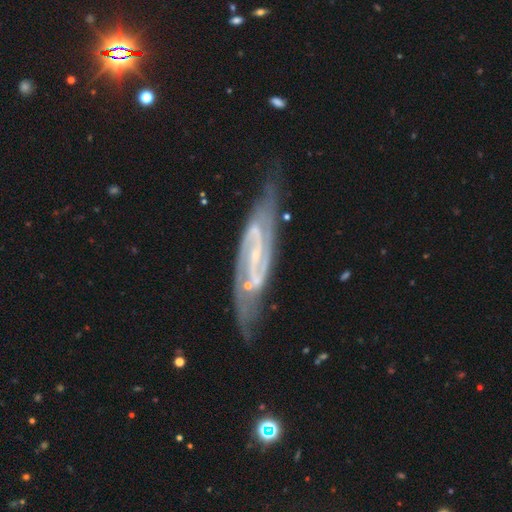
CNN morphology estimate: A featured or disk galaxy (89%) with a strong bar (50%), 2 (88%) medium (48%) spiral arms (96%) and a small central bulge (72%). Merging: none (72%).